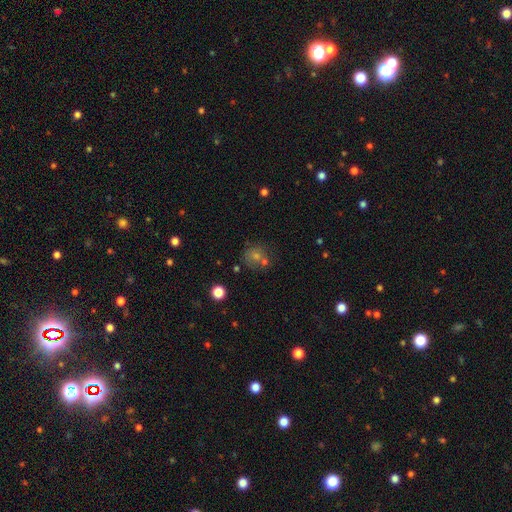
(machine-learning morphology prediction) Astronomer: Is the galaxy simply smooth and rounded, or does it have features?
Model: smooth — 54%.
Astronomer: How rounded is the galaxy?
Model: round — 83%.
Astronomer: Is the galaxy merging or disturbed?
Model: none — 63%.